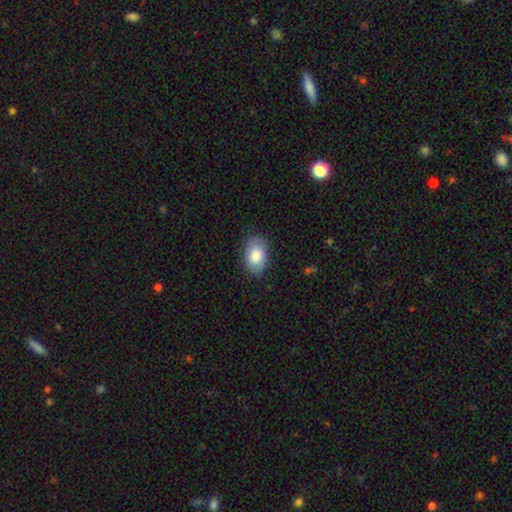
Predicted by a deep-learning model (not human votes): This appears to be a smooth galaxy with no disk features (83%) that is in between round and cigar-shaped (89%). Merging: none (82%).